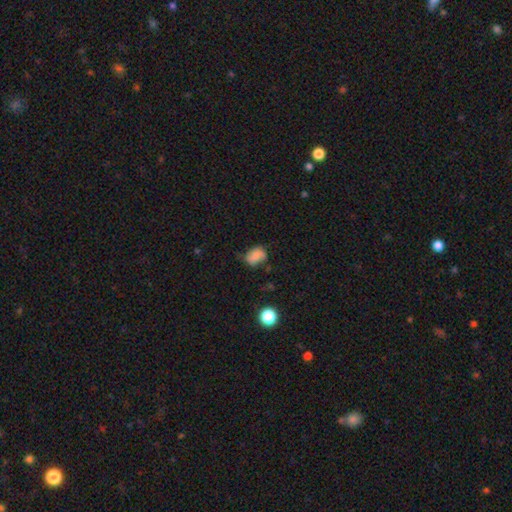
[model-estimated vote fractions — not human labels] Smooth or featured? smooth (67%)
How rounded? in between (66%)
Merging? none (51%)